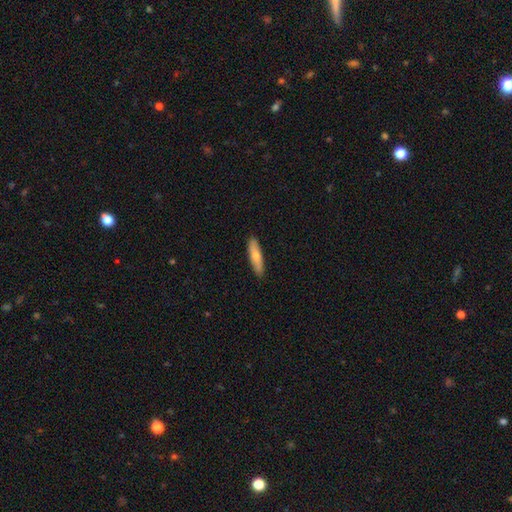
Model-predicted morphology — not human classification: A smooth galaxy with no disk features (70%) that is cigar-shaped (71%). Merging: none (88%).